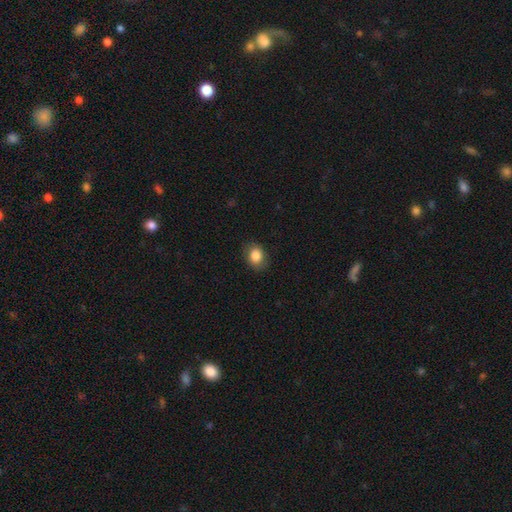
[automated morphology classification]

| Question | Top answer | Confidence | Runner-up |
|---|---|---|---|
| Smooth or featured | smooth | 85% | star or artifact (8%) |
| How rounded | in between | 58% | round (41%) |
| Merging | none | 84% | minor disturbance (12%) |